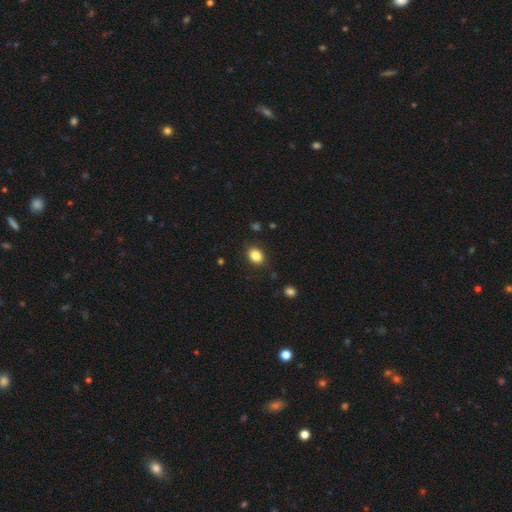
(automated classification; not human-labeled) Smooth or featured?
  - smooth: 85% *
  - star or artifact: 10%
  - featured or disk: 5%
How rounded?
  - in between: 65% *
  - round: 34%
  - cigar-shaped: 1%
Merging?
  - none: 86% *
  - minor disturbance: 10%
  - major disturbance: 3%
  - merger: 1%